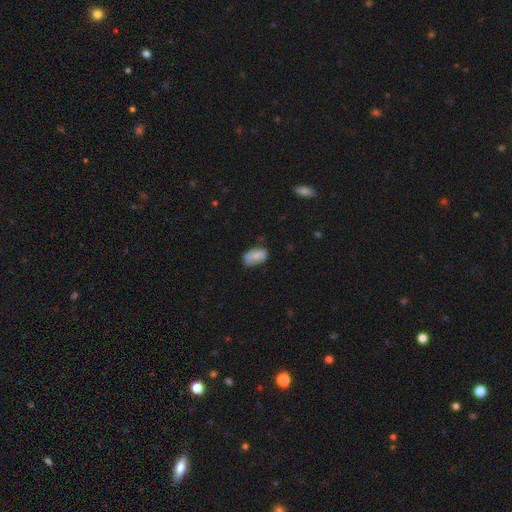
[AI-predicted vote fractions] Smooth or featured? smooth (79%)
How rounded? in between (92%)
Merging? none (58%)